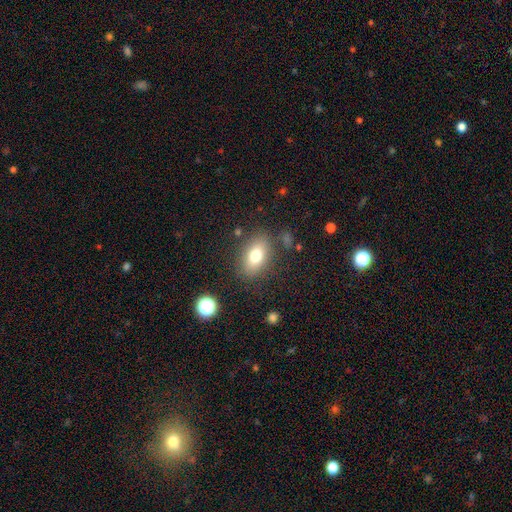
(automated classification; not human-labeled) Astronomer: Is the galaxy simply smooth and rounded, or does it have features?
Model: smooth — 74%.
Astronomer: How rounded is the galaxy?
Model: in between — 83%.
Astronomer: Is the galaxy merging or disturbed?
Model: none — 81%.